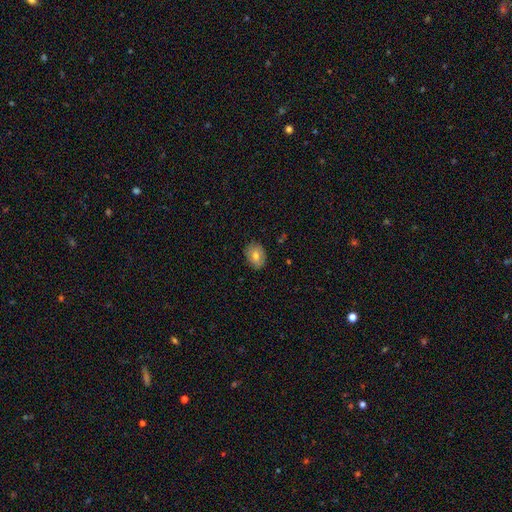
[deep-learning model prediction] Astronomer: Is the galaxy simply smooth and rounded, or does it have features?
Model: smooth — 70%.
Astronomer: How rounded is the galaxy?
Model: in between — 67%.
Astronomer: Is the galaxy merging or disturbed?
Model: none — 84%.